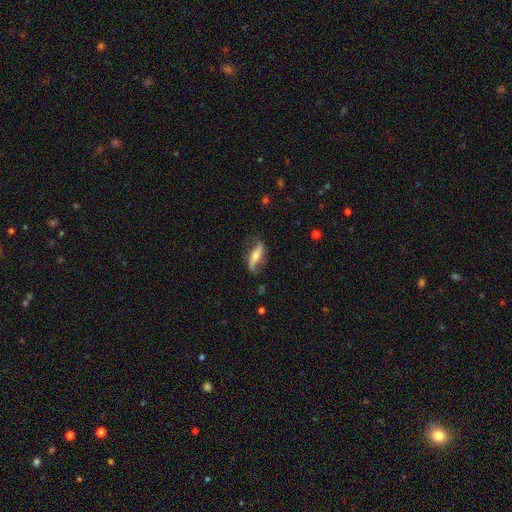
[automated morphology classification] Smooth or featured? featured or disk (64%)
Edge-on disk? no (67%)
Merging? none (69%)